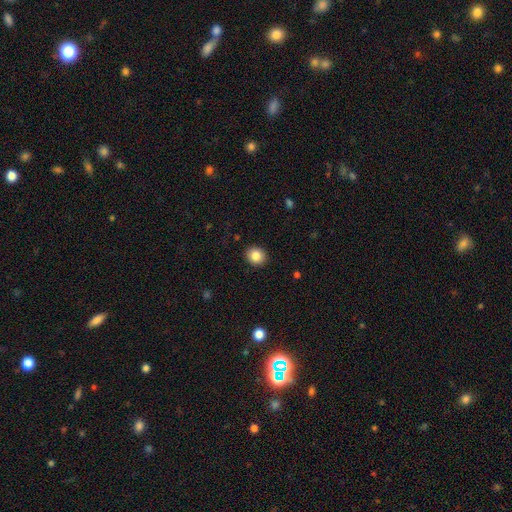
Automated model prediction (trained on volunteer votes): This is clearly a smooth galaxy (85%). How rounded: likely round (74%). Merging: clearly none (91%).